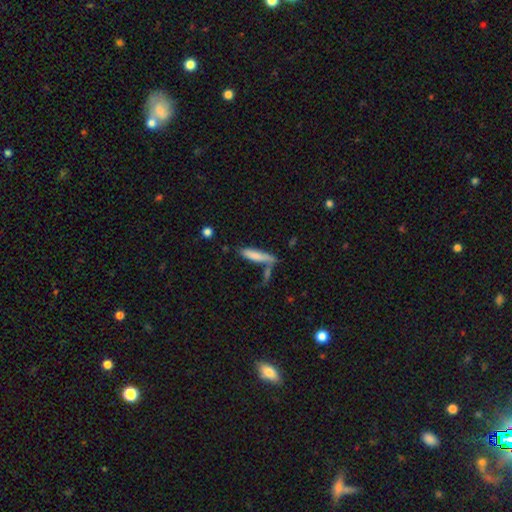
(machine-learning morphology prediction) smooth 77%, featured or disk 17%, star or artifact 7%. Down the decision tree: how rounded — cigar-shaped (78%); merging — none (56%).